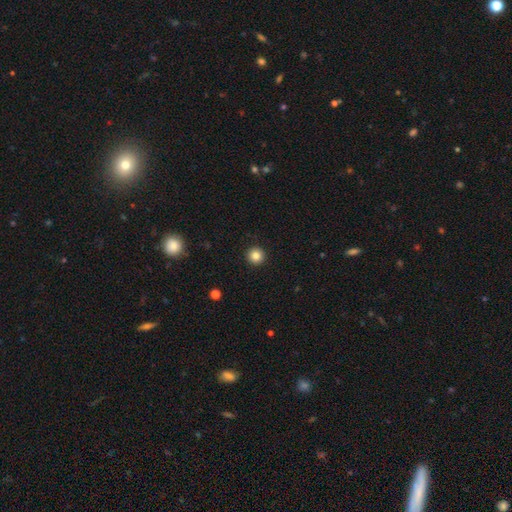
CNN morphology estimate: smooth_or_featured: smooth (p=0.84) [alt: star or artifact p=0.11]
how_rounded: round (p=0.96) [alt: in between p=0.03]
merging: none (p=0.94) [alt: minor disturbance p=0.04]